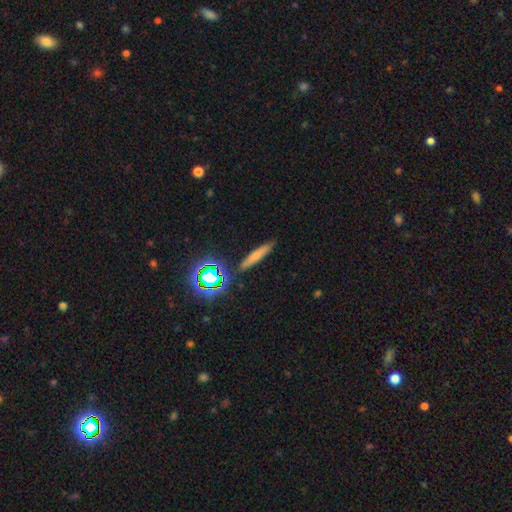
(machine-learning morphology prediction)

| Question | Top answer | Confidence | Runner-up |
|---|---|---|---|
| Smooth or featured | smooth | 59% | featured or disk (23%) |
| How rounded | cigar-shaped | 85% | in between (10%) |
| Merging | none | 86% | minor disturbance (9%) |